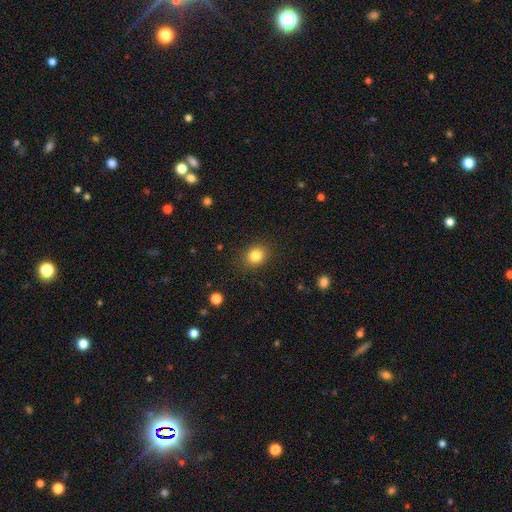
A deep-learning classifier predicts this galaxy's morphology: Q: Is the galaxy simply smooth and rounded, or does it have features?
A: smooth — 83%.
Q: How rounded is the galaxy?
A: round — 64%.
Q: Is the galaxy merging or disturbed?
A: none — 87%.